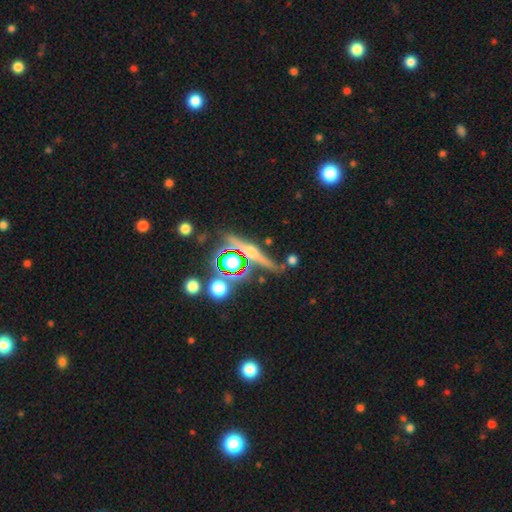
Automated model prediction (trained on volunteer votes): smooth_or_featured: star or artifact (p=0.50) [alt: featured or disk p=0.30]